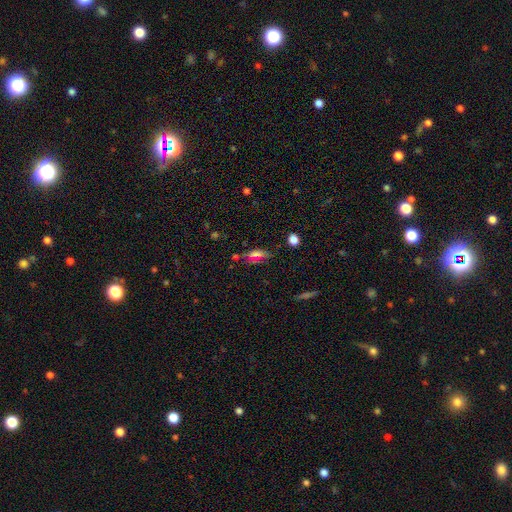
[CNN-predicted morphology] smooth 60%, featured or disk 22%, star or artifact 18%. Down the decision tree: how rounded — in between (68%); merging — none (63%).